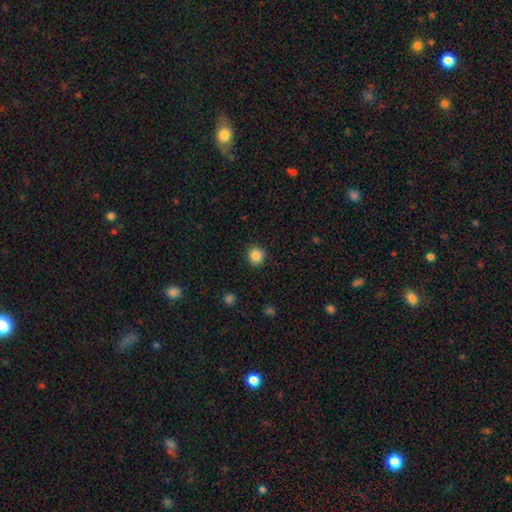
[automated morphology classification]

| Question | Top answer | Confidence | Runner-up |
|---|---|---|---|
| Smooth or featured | smooth | 85% | star or artifact (10%) |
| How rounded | round | 91% | in between (8%) |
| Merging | none | 91% | minor disturbance (6%) |